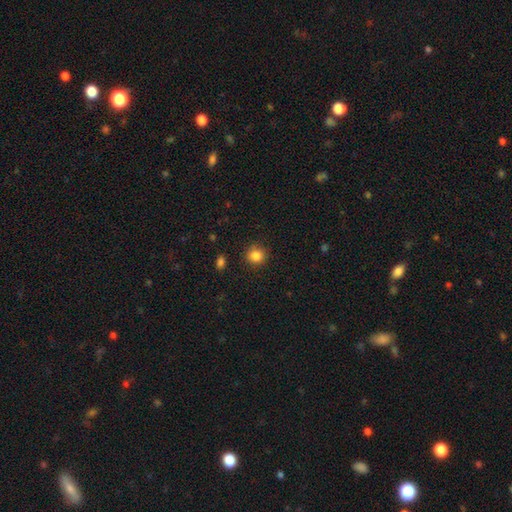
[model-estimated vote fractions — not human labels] smooth 85%, star or artifact 11%, featured or disk 4%. Down the decision tree: how rounded — round (90%); merging — none (89%).